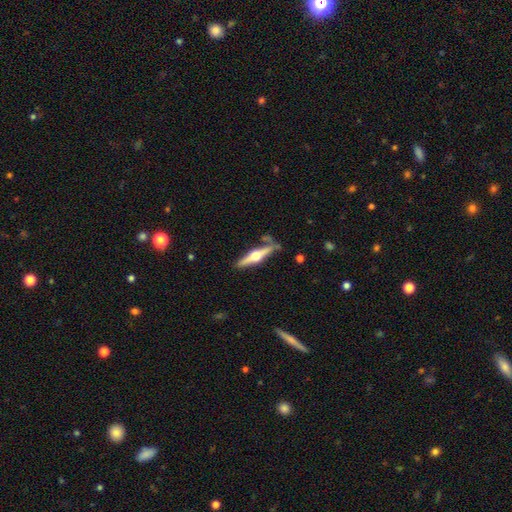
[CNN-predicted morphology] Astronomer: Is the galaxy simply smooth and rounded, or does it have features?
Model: featured or disk — 73%.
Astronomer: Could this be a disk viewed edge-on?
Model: yes — 97%.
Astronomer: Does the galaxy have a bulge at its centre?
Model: rounded — 95%.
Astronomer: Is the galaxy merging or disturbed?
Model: none — 77%.